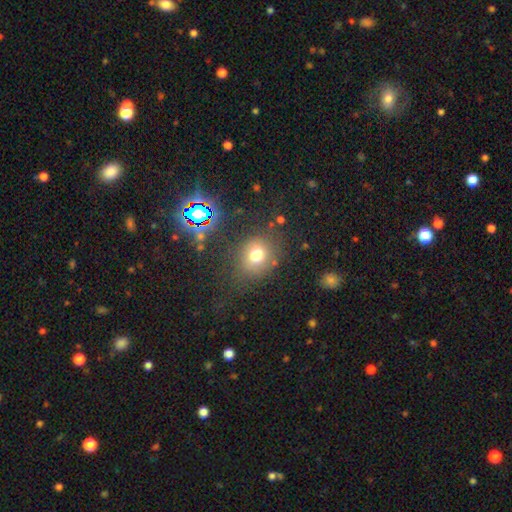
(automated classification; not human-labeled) Smooth or featured?
  - smooth: 73% *
  - star or artifact: 16%
  - featured or disk: 11%
How rounded?
  - round: 66% *
  - in between: 32%
  - cigar-shaped: 1%
Merging?
  - none: 73% *
  - minor disturbance: 15%
  - major disturbance: 8%
  - merger: 5%